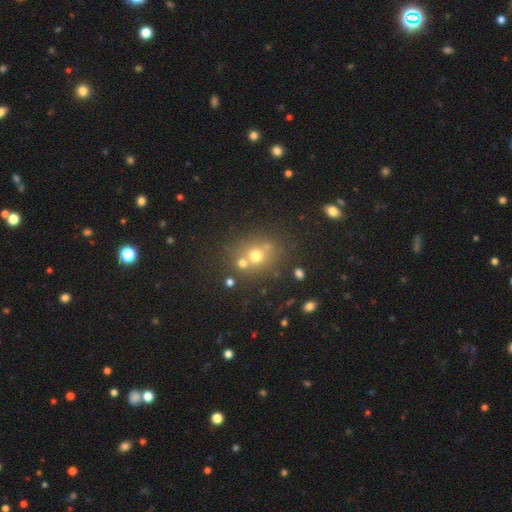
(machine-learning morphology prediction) type=smooth (63%); roundness=round (78%); merging=none (60%).